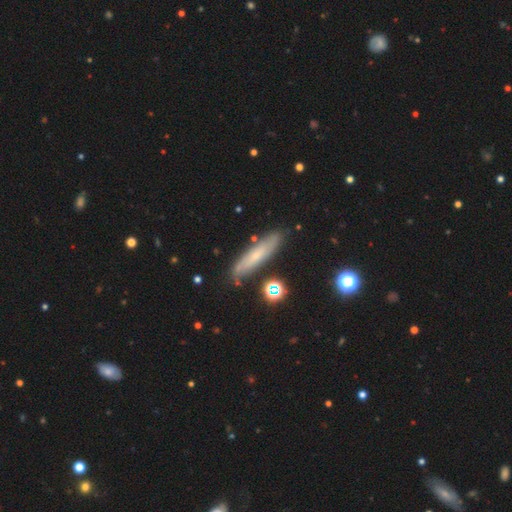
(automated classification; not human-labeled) Overall: smooth (49%; featured or disk 41%). Merging: none (81%).